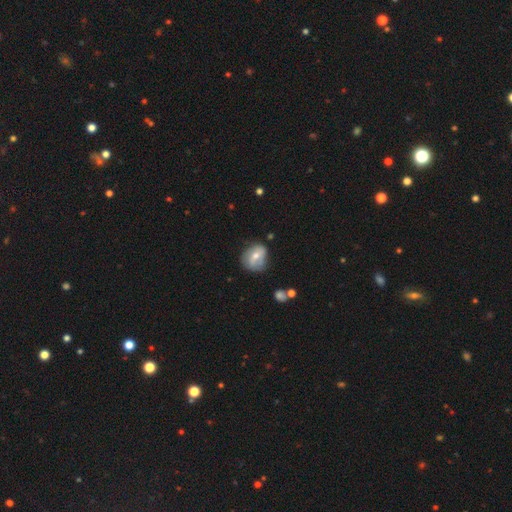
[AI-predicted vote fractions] Smooth or featured? Predicted: smooth (p=0.46, tied with featured or disk). Merging? Predicted: none (p=0.58).